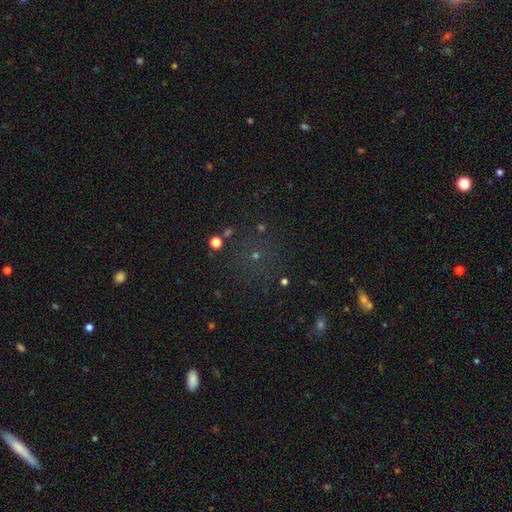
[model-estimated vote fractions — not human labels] A star or artifact, not a galaxy (48%).

Vote fractions:
- Smooth or featured? star or artifact: 48% / smooth: 39% / featured or disk: 12%